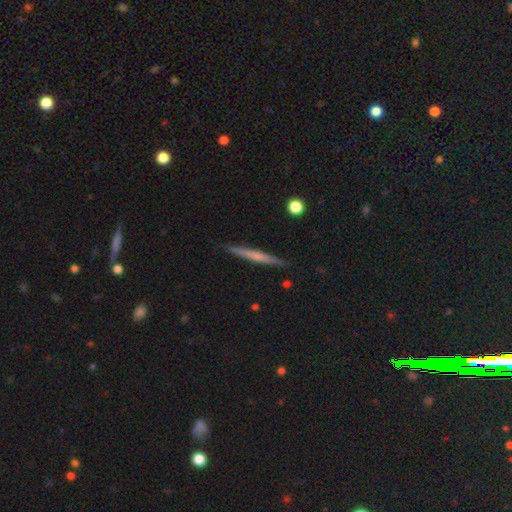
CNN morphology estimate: Q: Smooth or featured?
A: featured or disk (54%); runner-up: smooth (40%)
Q: Edge-on disk?
A: yes (97%); runner-up: no (3%)
Q: Edge-on bulge?
A: none (58%); runner-up: rounded (33%)
Q: Merging?
A: none (90%); runner-up: minor disturbance (7%)